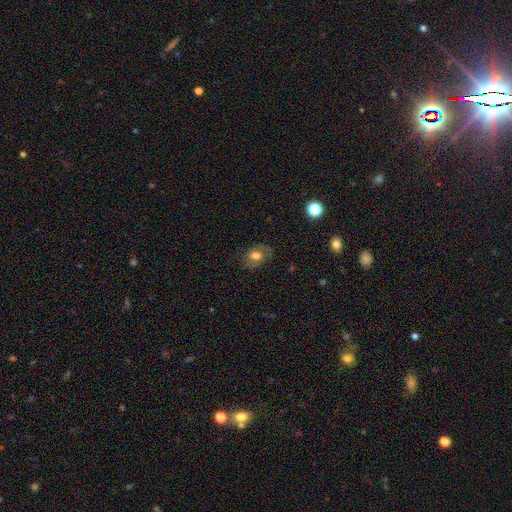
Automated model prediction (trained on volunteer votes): Overall: smooth (61%; featured or disk 27%). How rounded: in between (66%; round 32%). Merging: none (75%).